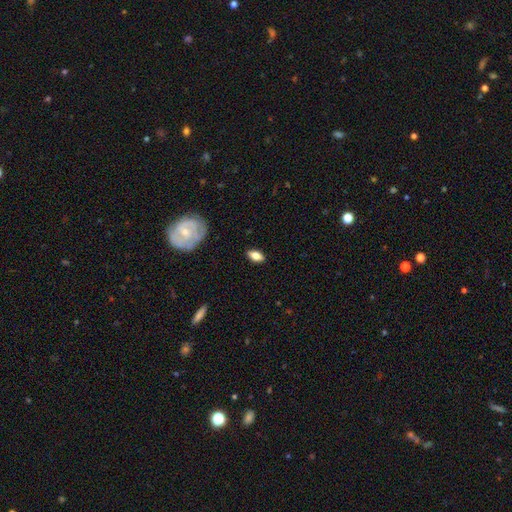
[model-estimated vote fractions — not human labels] Smooth or featured? Predicted: smooth (p=0.75). How rounded? Predicted: in between (p=0.86). Merging? Predicted: none (p=0.86).